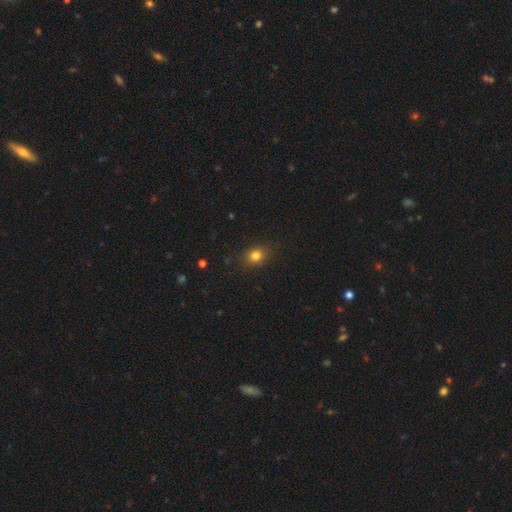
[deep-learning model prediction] Q: Smooth or featured?
A: smooth (80%); runner-up: star or artifact (13%)
Q: How rounded?
A: round (53%); runner-up: in between (46%)
Q: Merging?
A: none (86%); runner-up: minor disturbance (10%)